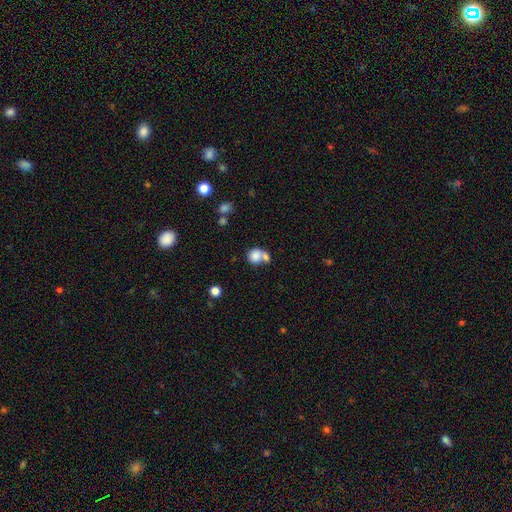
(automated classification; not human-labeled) Morphology: type=smooth (80%); roundness=round (74%); merging=merger (52%).